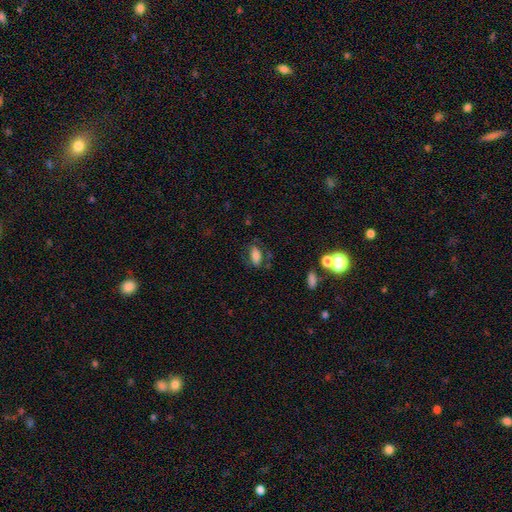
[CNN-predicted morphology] type=smooth (71%); roundness=in between (89%); merging=none (67%).